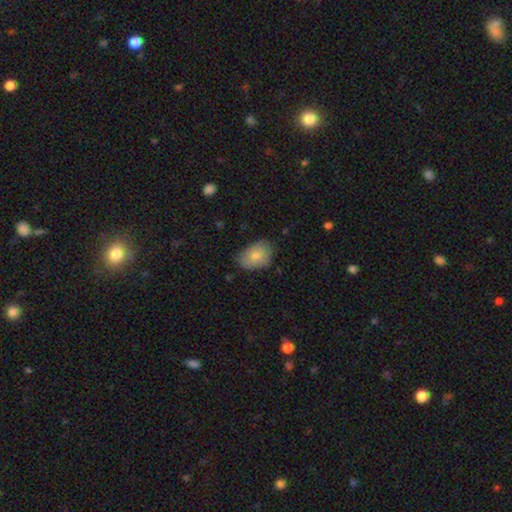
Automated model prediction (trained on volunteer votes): Smooth or featured? Predicted: smooth (p=0.79). How rounded? Predicted: in between (p=0.80). Merging? Predicted: none (p=0.67).